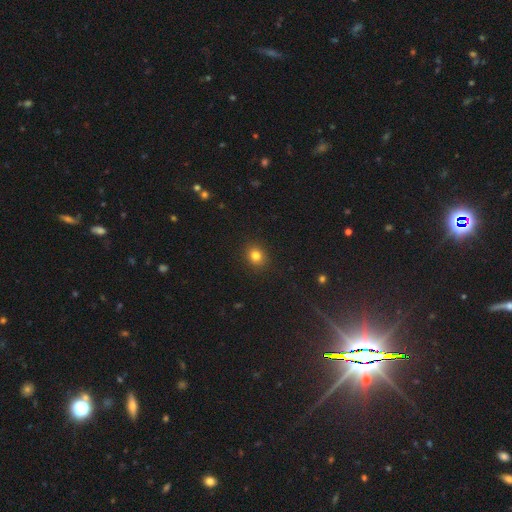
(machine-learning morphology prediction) Smooth or featured: smooth — 81% (star or artifact — 13%)
How rounded: round — 72% (in between — 27%)
Merging: none — 90% (minor disturbance — 6%)